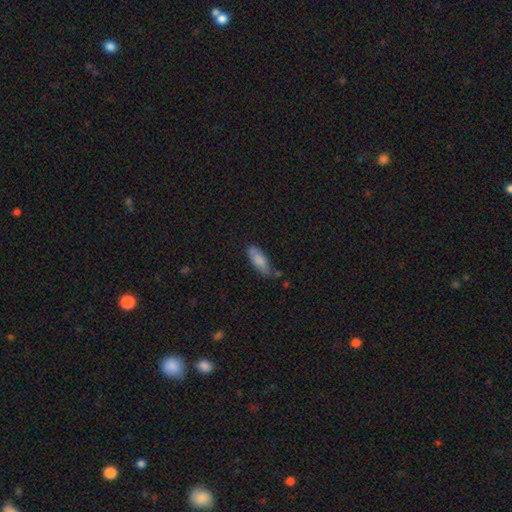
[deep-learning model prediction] Smooth or featured: smooth — 75% (featured or disk — 16%)
How rounded: in between — 61% (cigar-shaped — 37%)
Merging: none — 57% (minor disturbance — 29%)